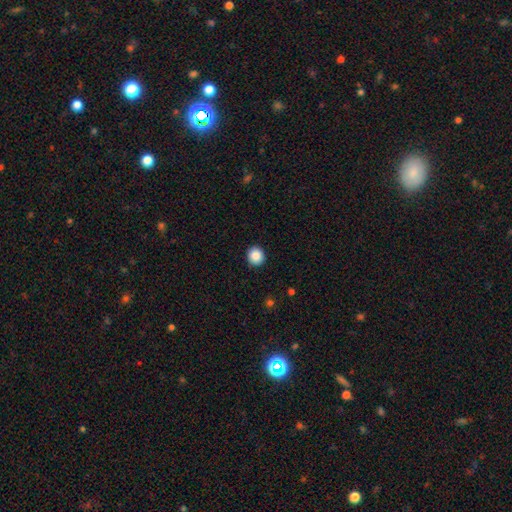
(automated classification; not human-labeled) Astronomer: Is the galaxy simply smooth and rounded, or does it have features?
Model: smooth — 88%.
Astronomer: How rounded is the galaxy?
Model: round — 92%.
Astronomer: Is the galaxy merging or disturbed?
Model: none — 93%.